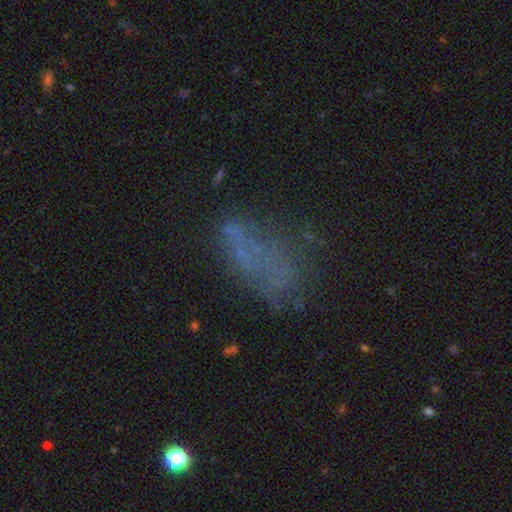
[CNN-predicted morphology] The model was most divided on "smooth or featured": smooth: 41%, featured or disk: 33%, star or artifact: 26%. Remaining: merging — none (49%).